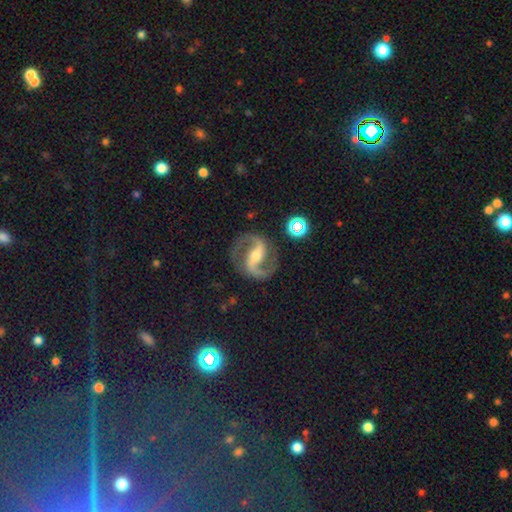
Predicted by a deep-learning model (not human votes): smooth_or_featured: featured or disk (p=0.91) [alt: star or artifact p=0.05]
disk_edge_on: no (p=0.97) [alt: yes p=0.03]
bar: strong (p=0.56) [alt: weak p=0.29]
has_spiral_arms: yes (p=0.98) [alt: no p=0.02]
spiral_winding: medium (p=0.60) [alt: loose p=0.24]
spiral_arm_count: 2 (p=0.94) [alt: can't tell p=0.01]
bulge_size: moderate (p=0.54) [alt: small p=0.37]
merging: none (p=0.84) [alt: minor disturbance p=0.10]